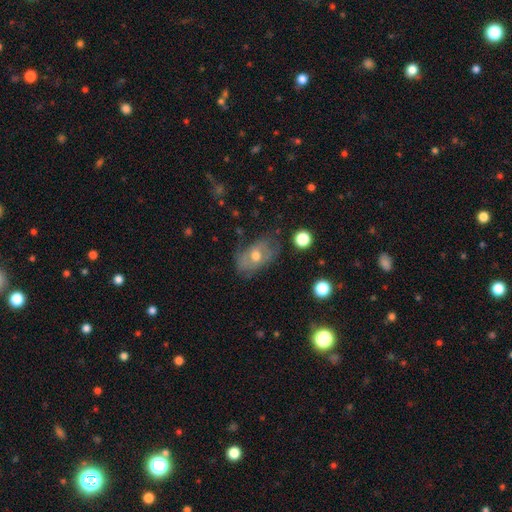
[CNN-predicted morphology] This appears to be a smooth galaxy with no disk features (46%). Merging: none (61%).